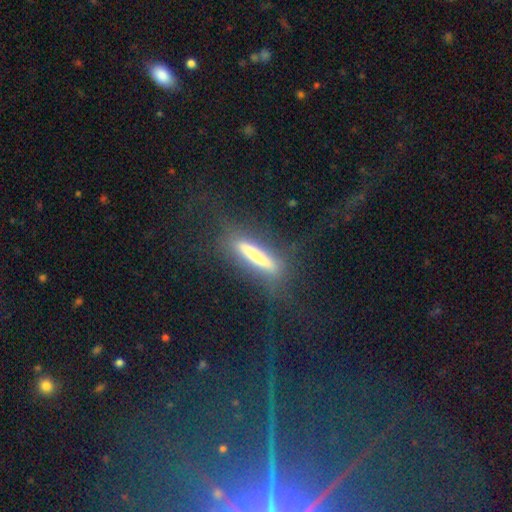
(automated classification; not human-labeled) Smooth or featured? smooth (52%)
How rounded? cigar-shaped (89%)
Merging? none (75%)